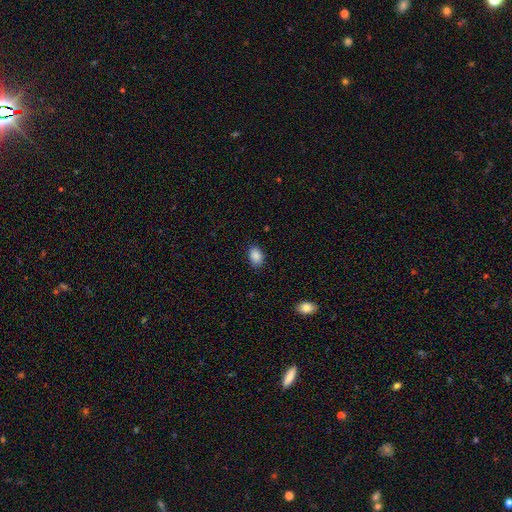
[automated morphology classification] This is clearly a smooth galaxy (88%). How rounded: clearly in between (83%). Merging: clearly none (84%).